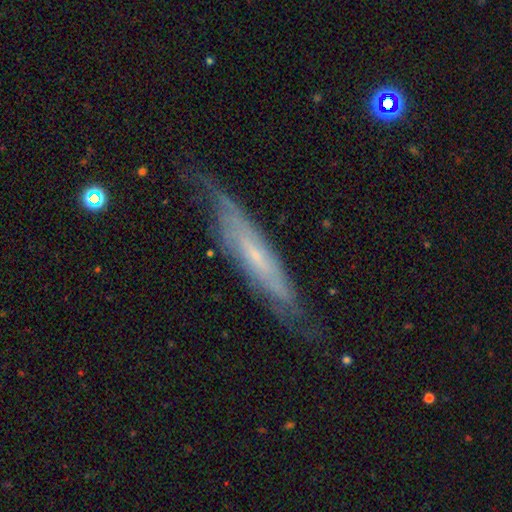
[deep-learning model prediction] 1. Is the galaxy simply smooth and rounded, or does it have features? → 72% featured or disk, 21% smooth, 7% star or artifact.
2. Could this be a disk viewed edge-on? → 55% yes, 45% no.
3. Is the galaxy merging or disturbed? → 70% none, 21% minor disturbance, 8% major disturbance, 2% merger.